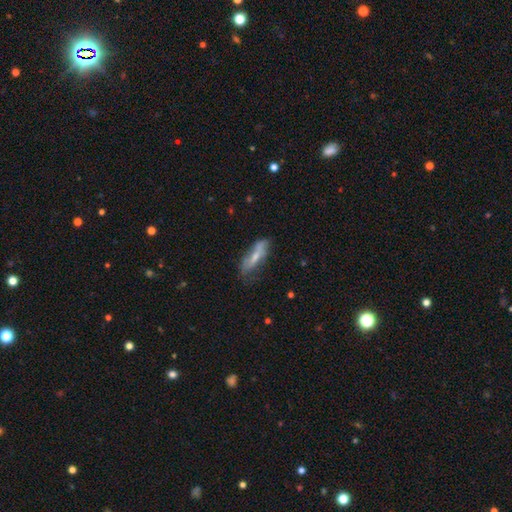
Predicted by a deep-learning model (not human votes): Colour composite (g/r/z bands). It shows a smooth galaxy with no disk features (47%). Merging: none (52%).